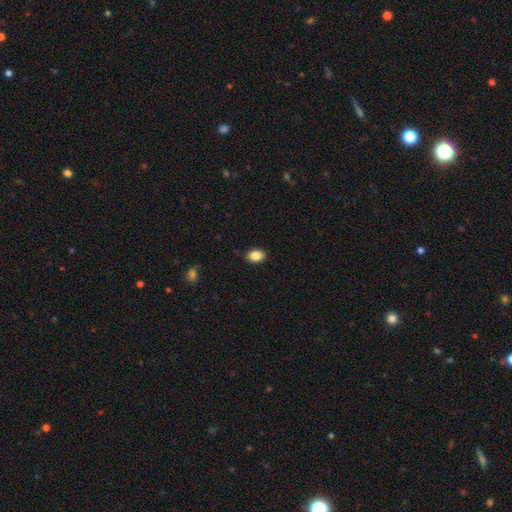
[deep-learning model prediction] smooth 86%, star or artifact 8%, featured or disk 5%. Down the decision tree: how rounded — in between (81%); merging — none (90%).